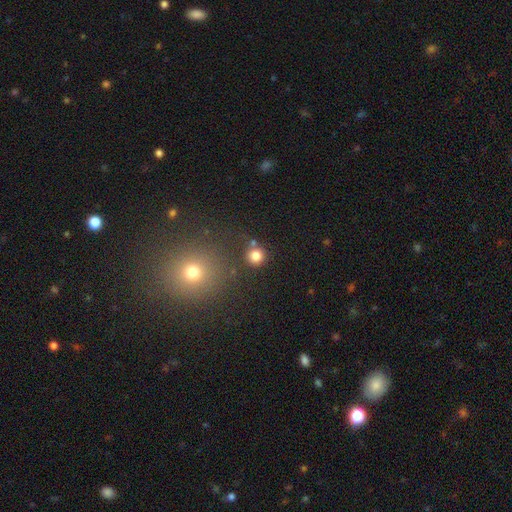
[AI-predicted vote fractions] A smooth galaxy with no disk features (80%) that is round (93%).

Vote fractions:
- Smooth or featured? smooth: 80% / star or artifact: 14% / featured or disk: 6%
- How rounded? round: 93% / in between: 6% / cigar-shaped: 1%
- Merging? none: 79% / merger: 10% / minor disturbance: 8% / major disturbance: 3%